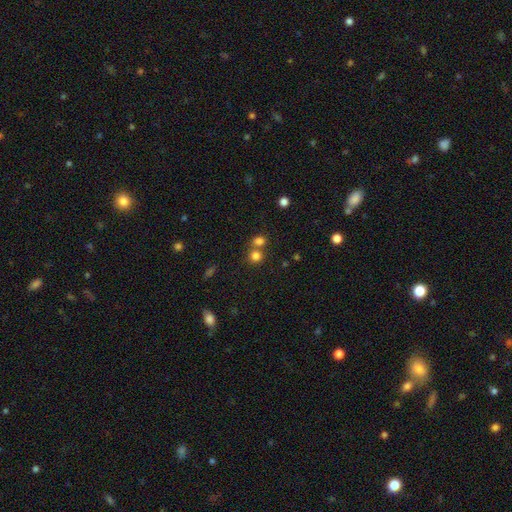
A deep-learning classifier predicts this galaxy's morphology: A smooth galaxy with no disk features (79%) that is round (83%). Merging: none (53%).